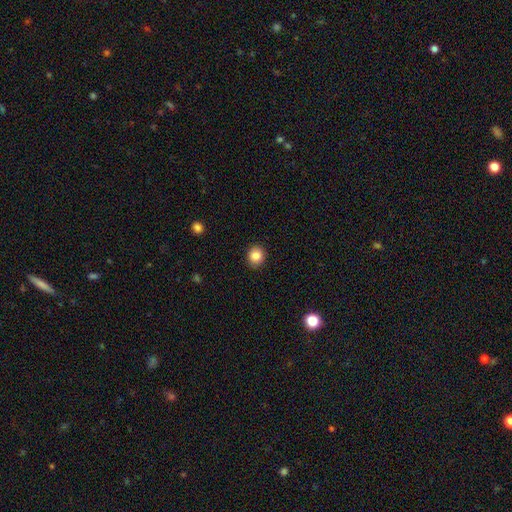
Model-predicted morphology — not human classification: A smooth galaxy with no disk features (85%) that is round (79%).

Vote fractions:
- Smooth or featured? smooth: 85% / star or artifact: 10% / featured or disk: 6%
- How rounded? round: 79% / in between: 20% / cigar-shaped: 1%
- Merging? none: 91% / minor disturbance: 6% / major disturbance: 2% / merger: 1%